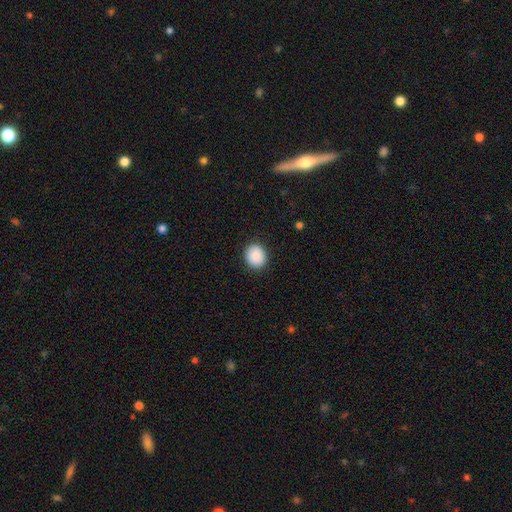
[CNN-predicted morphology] The model was most divided on "how rounded": round: 73%, in between: 26%, cigar-shaped: 1%. More confident: merging — none (91%); smooth or featured — smooth (89%).